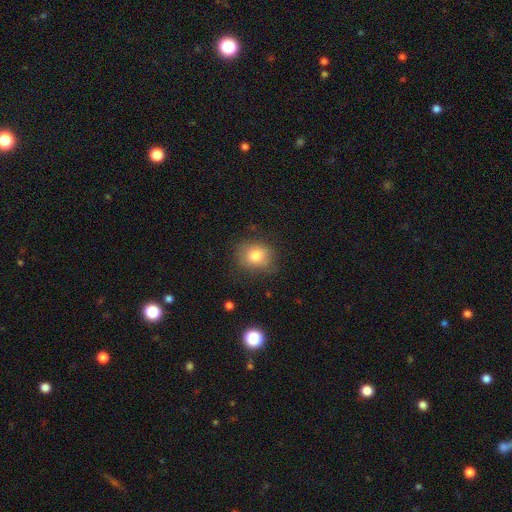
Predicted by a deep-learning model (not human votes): The model was most divided on "how rounded": round: 60%, in between: 39%, cigar-shaped: 1%. More confident: smooth or featured — smooth (79%); merging — none (75%).